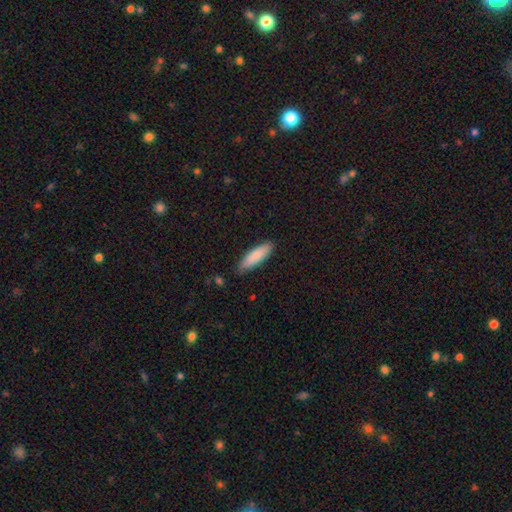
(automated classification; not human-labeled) This appears to be a smooth galaxy with no disk features (84%) that is cigar-shaped (54%). Merging: none (84%).